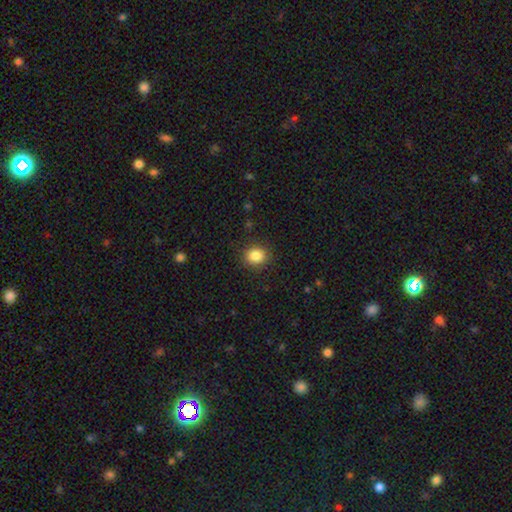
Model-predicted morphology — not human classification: The model was most divided on "how rounded": round: 71%, in between: 28%, cigar-shaped: 1%. More confident: merging — none (88%); smooth or featured — smooth (85%).